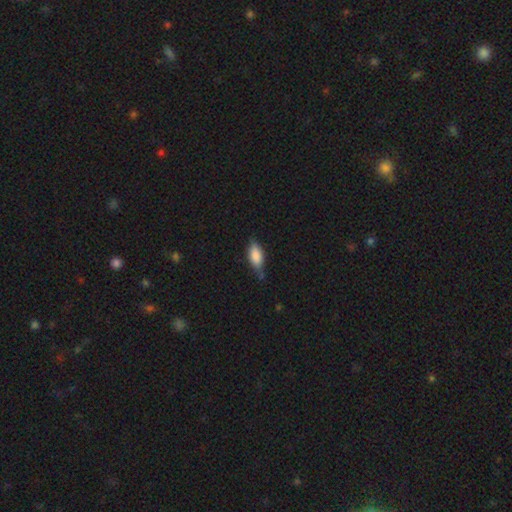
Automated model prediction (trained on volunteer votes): Smooth or featured? Predicted: smooth (p=0.82). How rounded? Predicted: in between (p=0.83). Merging? Predicted: none (p=0.63).